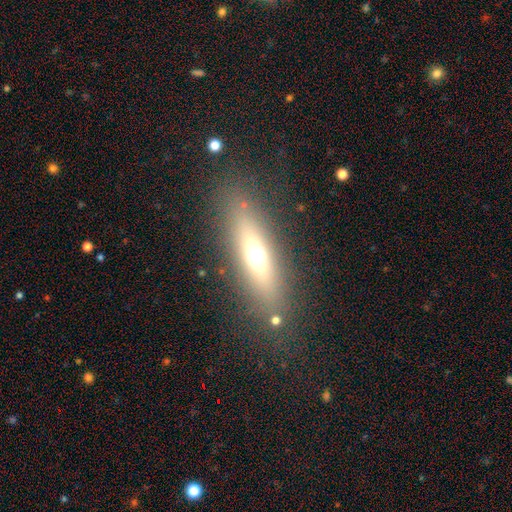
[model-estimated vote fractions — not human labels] This is possibly a smooth galaxy (51%). How rounded: possibly cigar-shaped (47%, tied with in between). Merging: clearly none (83%).